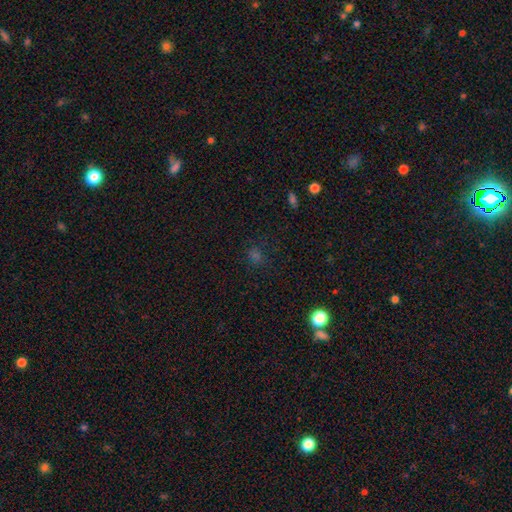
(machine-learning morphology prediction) type=smooth (57%); roundness=round (75%); merging=none (79%).